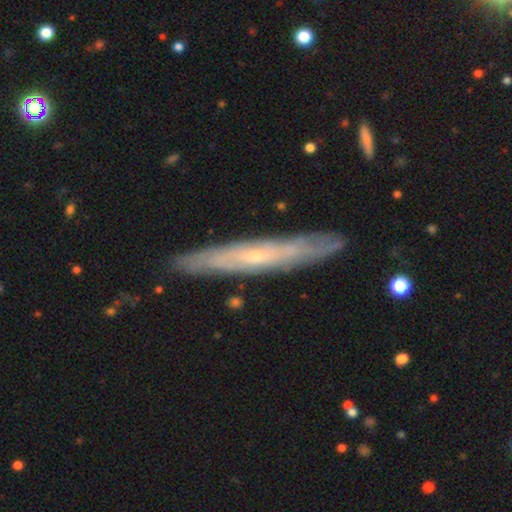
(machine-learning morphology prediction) The model was most divided on "edge-on bulge": none: 53%, rounded: 44%, boxy: 3%. More confident: merging — none (86%); edge-on disk — yes (74%); smooth or featured — featured or disk (68%).